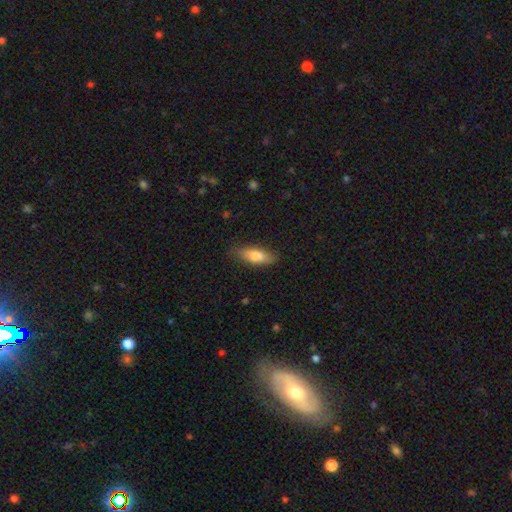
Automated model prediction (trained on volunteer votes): Smooth or featured? Predicted: smooth (p=0.82). How rounded? Predicted: in between (p=0.69). Merging? Predicted: none (p=0.76).